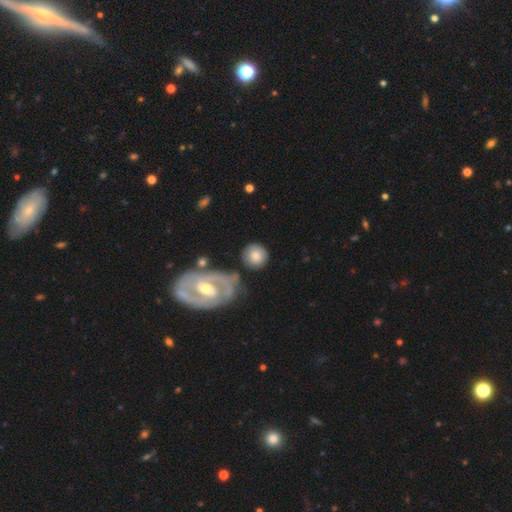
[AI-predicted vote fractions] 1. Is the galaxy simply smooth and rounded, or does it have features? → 70% smooth, 23% featured or disk, 7% star or artifact.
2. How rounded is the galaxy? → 88% round, 10% in between, 1% cigar-shaped.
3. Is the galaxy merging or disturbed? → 74% none, 12% minor disturbance, 8% merger, 6% major disturbance.